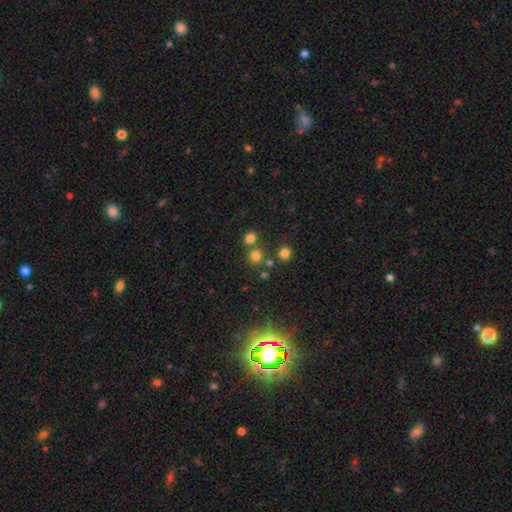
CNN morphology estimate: Smooth or featured? smooth (73%)
How rounded? round (88%)
Merging? none (69%)